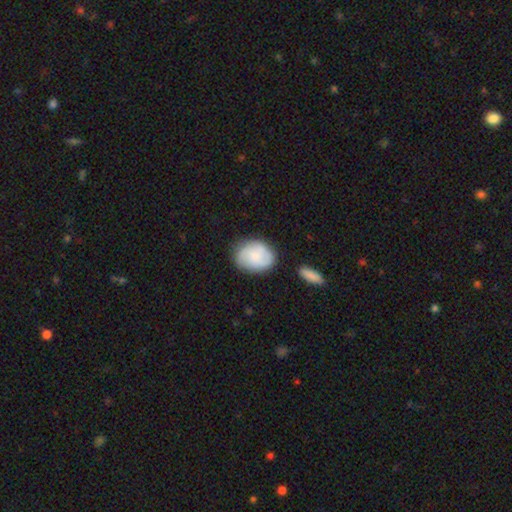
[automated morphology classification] A smooth galaxy with no disk features (53%) that is in between round and cigar-shaped (51%).

Vote fractions:
- Smooth or featured? smooth: 53% / featured or disk: 41% / star or artifact: 7%
- How rounded? in between: 51% / round: 48% / cigar-shaped: 1%
- Merging? none: 73% / minor disturbance: 18% / major disturbance: 5% / merger: 4%